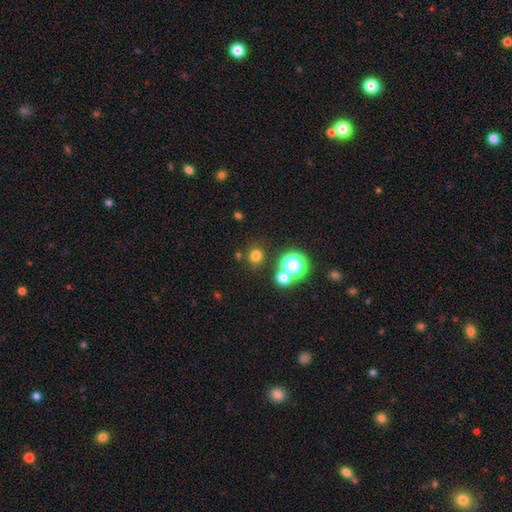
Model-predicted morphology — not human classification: Smooth or featured?
  - smooth: 72% *
  - star or artifact: 22%
  - featured or disk: 6%
How rounded?
  - round: 83% *
  - in between: 16%
  - cigar-shaped: 1%
Merging?
  - none: 78% *
  - minor disturbance: 9%
  - merger: 9%
  - major disturbance: 4%